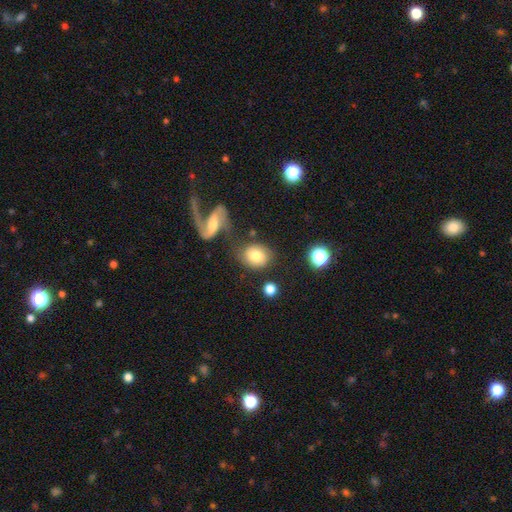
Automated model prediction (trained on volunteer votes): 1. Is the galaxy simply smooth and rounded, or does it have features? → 72% smooth, 19% featured or disk, 8% star or artifact.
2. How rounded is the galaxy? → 65% round, 34% in between, 1% cigar-shaped.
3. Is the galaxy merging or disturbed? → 64% none, 17% merger, 13% minor disturbance, 7% major disturbance.